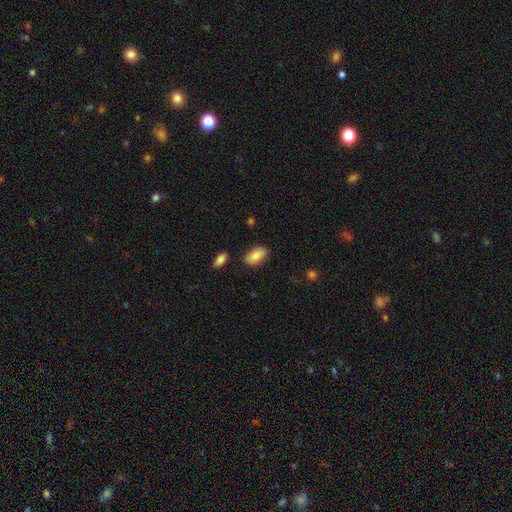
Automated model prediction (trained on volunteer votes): Overall: smooth (84%). How rounded: in between (92%). Merging: none (84%).